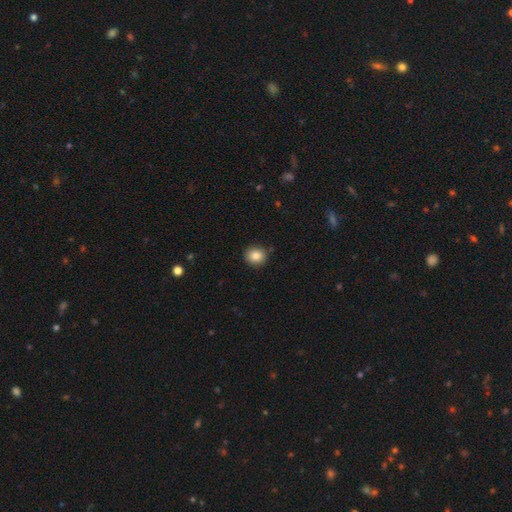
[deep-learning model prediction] Smooth or featured? Predicted: smooth (p=0.85). How rounded? Predicted: round (p=0.83). Merging? Predicted: none (p=0.89).